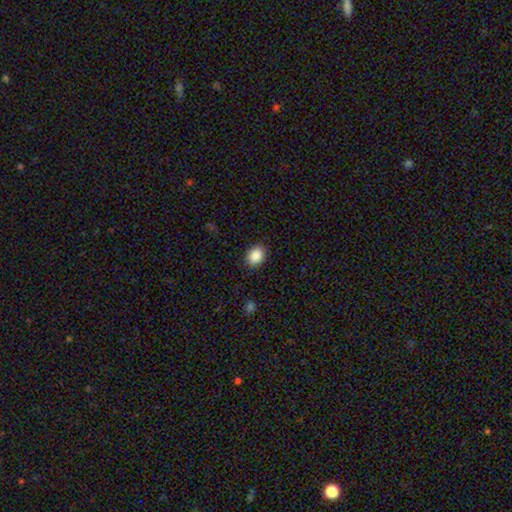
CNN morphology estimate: This appears to be a smooth galaxy with no disk features (88%) that is in between round and cigar-shaped (61%). Merging: none (89%).